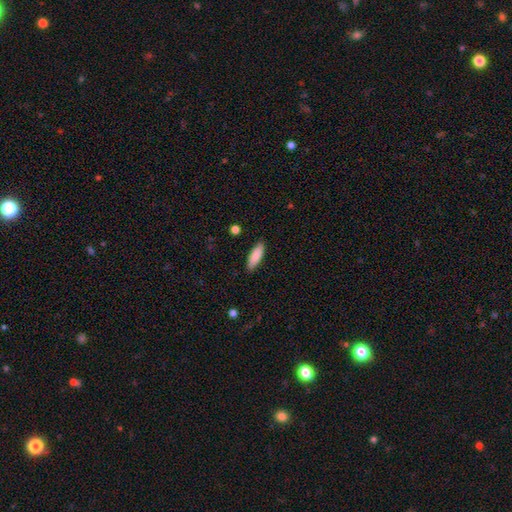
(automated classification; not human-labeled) This appears to be a smooth galaxy with no disk features (87%) that is in between round and cigar-shaped (55%). Merging: none (86%).